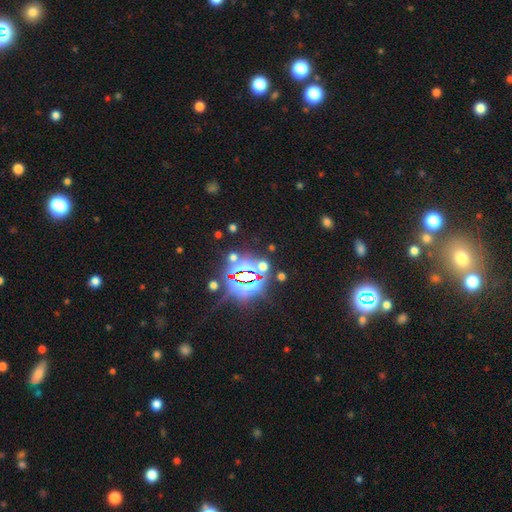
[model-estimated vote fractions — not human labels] Overall: star or artifact (83%).